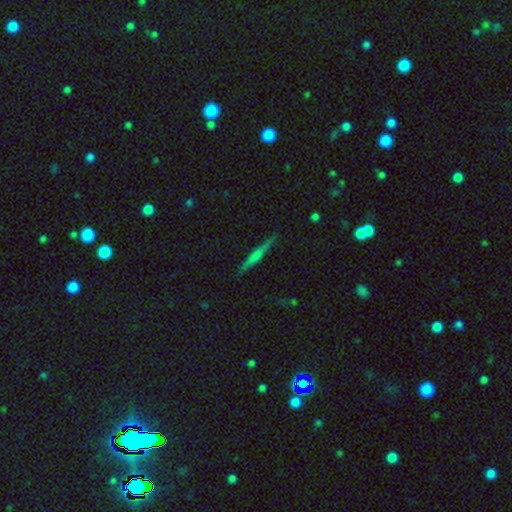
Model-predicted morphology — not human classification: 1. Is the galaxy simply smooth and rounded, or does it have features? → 49% featured or disk, 43% smooth, 8% star or artifact.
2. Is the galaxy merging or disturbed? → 88% none, 9% minor disturbance, 2% major disturbance, 1% merger.